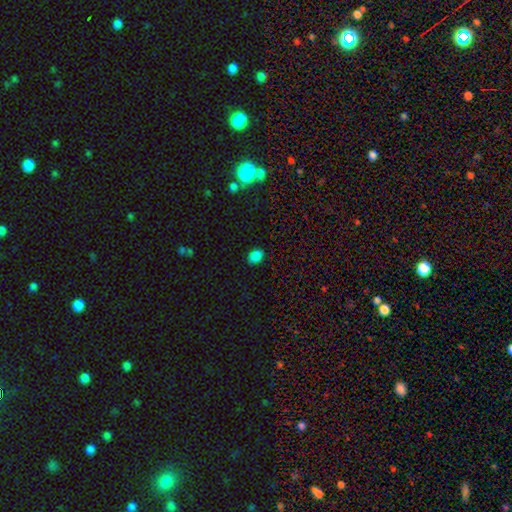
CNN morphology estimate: Smooth or featured? Predicted: smooth (p=0.83). How rounded? Predicted: in between (p=0.71). Merging? Predicted: none (p=0.87).